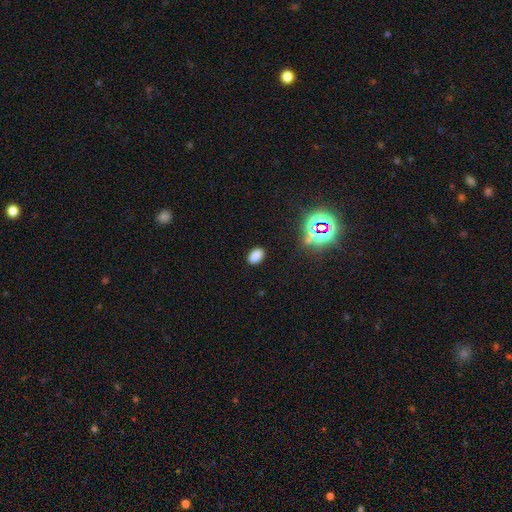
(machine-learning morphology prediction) type=smooth (79%); roundness=in between (88%); merging=none (88%).